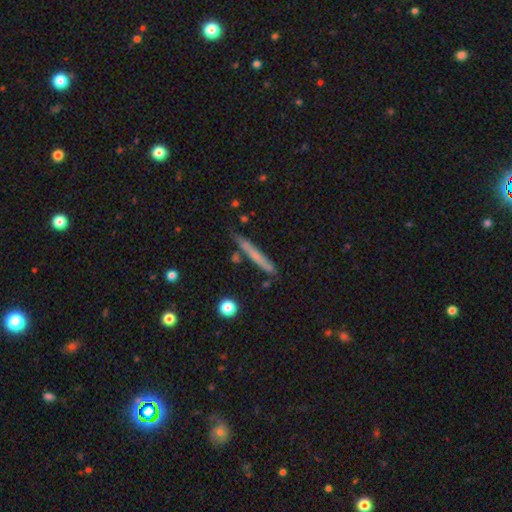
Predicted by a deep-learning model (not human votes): Overall: smooth (57%; featured or disk 36%). How rounded: cigar-shaped (95%). Merging: none (77%).